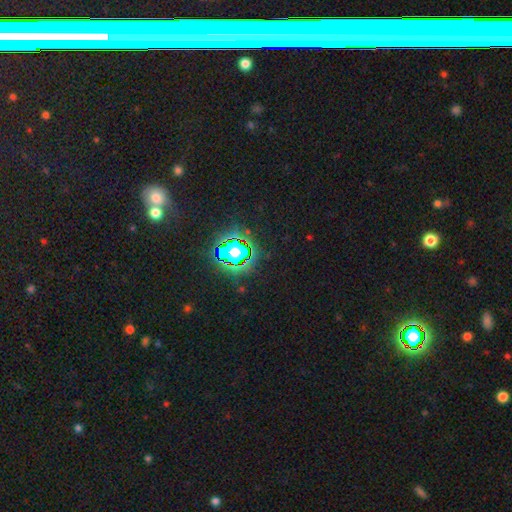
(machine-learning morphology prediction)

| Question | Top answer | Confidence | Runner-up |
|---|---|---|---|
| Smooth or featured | star or artifact | 77% | smooth (13%) |